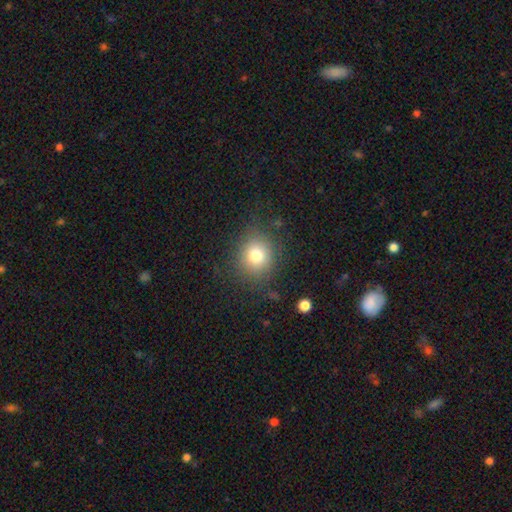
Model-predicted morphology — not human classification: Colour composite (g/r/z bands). It shows a smooth galaxy with no disk features (77%) that is round (81%). Merging: none (80%).